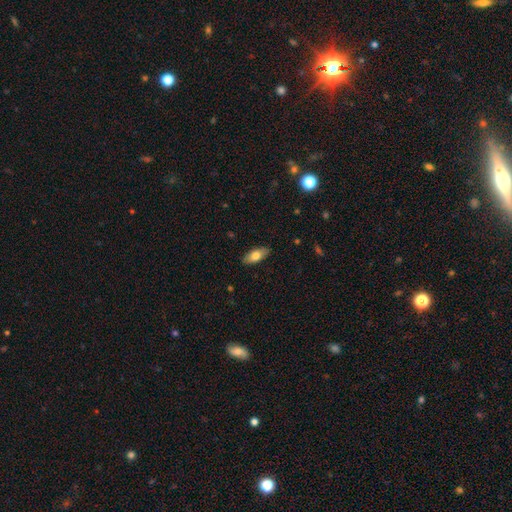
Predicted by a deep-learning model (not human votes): Q: Smooth or featured?
A: smooth (74%); runner-up: featured or disk (19%)
Q: How rounded?
A: in between (84%); runner-up: cigar-shaped (13%)
Q: Merging?
A: none (87%); runner-up: minor disturbance (10%)